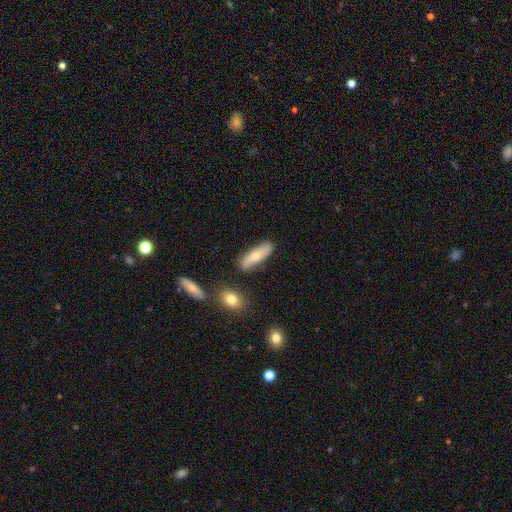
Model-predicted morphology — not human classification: smooth_or_featured: smooth (p=0.53) [alt: featured or disk p=0.40]
how_rounded: cigar-shaped (p=0.56) [alt: in between p=0.41]
merging: none (p=0.79) [alt: minor disturbance p=0.14]